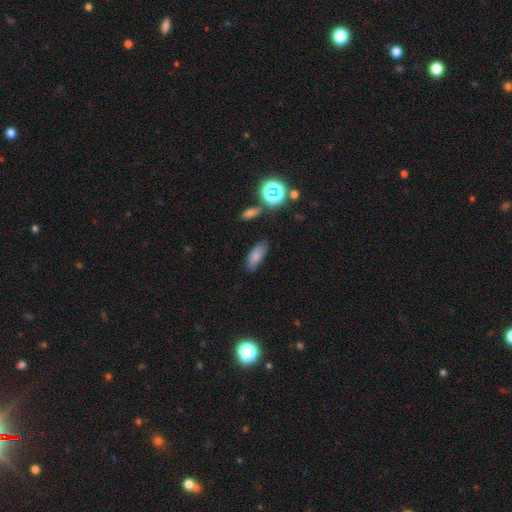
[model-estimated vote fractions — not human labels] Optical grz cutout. It shows a smooth galaxy with no disk features (79%) that is in between round and cigar-shaped (79%). Merging: none (79%).